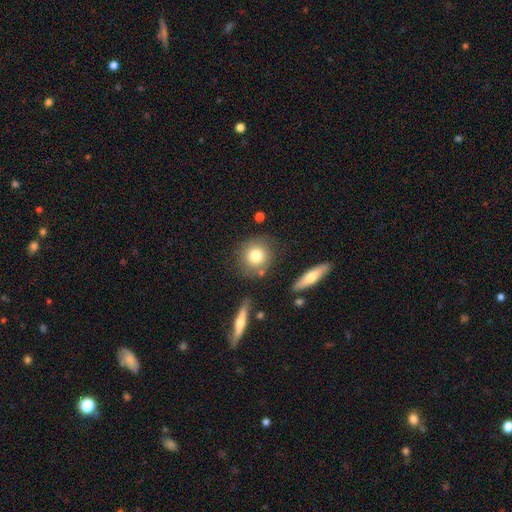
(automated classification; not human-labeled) A smooth galaxy with no disk features (78%) that is round (86%).

Vote fractions:
- Smooth or featured? smooth: 78% / featured or disk: 14% / star or artifact: 8%
- How rounded? round: 86% / in between: 12% / cigar-shaped: 2%
- Merging? none: 78% / minor disturbance: 11% / merger: 7% / major disturbance: 4%